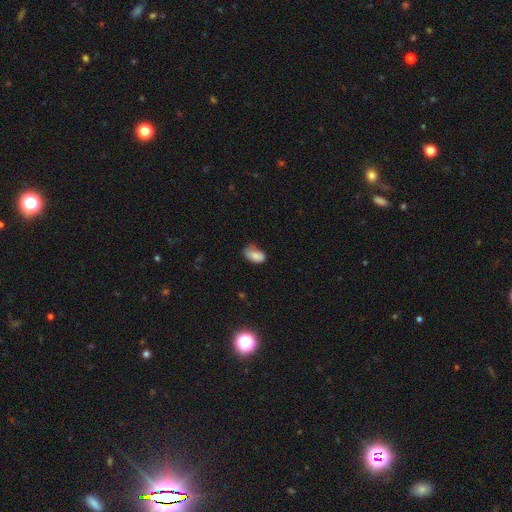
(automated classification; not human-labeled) Q: Smooth or featured?
A: smooth (83%); runner-up: featured or disk (9%)
Q: How rounded?
A: in between (93%); runner-up: round (6%)
Q: Merging?
A: none (50%); runner-up: minor disturbance (37%)